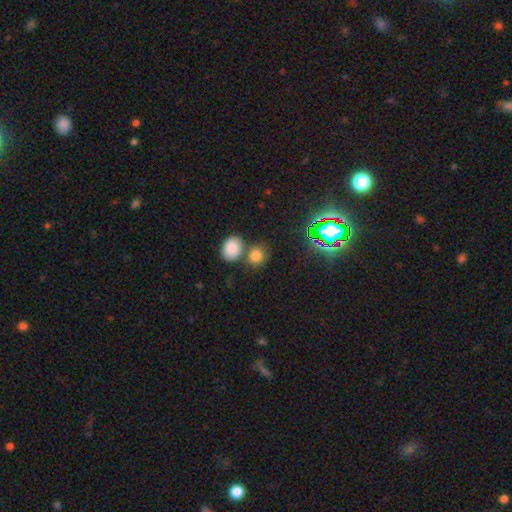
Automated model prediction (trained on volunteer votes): The model was most divided on "merging": none: 55%, merger: 32%, minor disturbance: 9%, major disturbance: 4%. More confident: smooth or featured — smooth (78%); how rounded — round (72%).